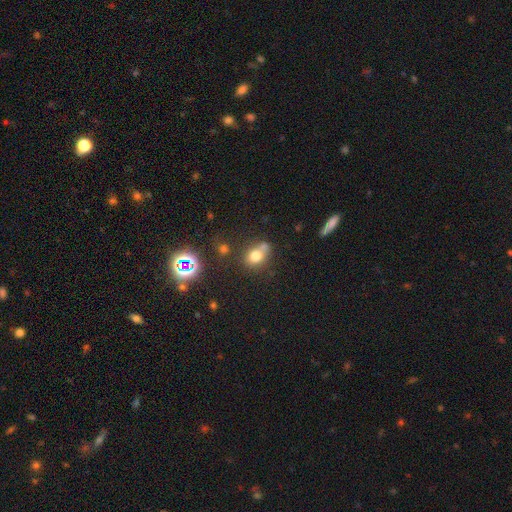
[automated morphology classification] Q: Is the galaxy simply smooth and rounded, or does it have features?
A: smooth — 73%.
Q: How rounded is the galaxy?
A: round — 53%.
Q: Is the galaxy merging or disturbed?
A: none — 52%.